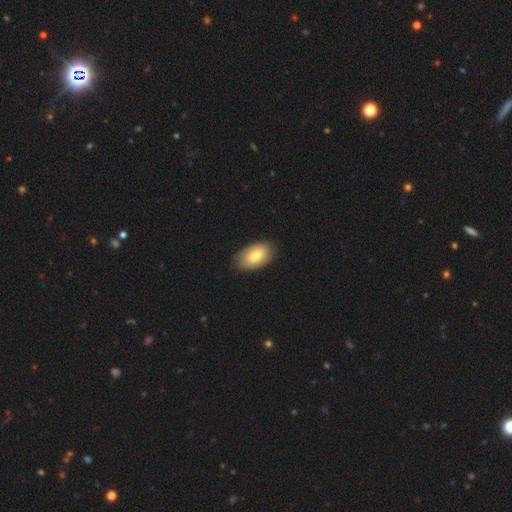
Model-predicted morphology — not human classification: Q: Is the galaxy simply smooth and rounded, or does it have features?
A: smooth — 81%.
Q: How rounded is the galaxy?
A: in between — 93%.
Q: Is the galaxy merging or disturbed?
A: none — 82%.